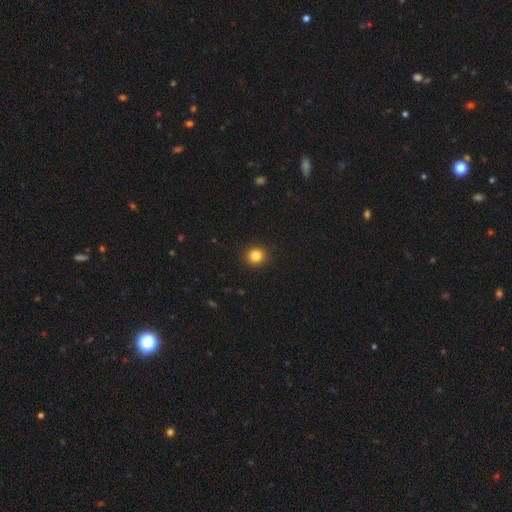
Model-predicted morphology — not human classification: A smooth galaxy with no disk features (83%) that is round (91%).

Vote fractions:
- Smooth or featured? smooth: 83% / star or artifact: 11% / featured or disk: 5%
- How rounded? round: 91% / in between: 8% / cigar-shaped: 1%
- Merging? none: 93% / minor disturbance: 5% / major disturbance: 2% / merger: 1%